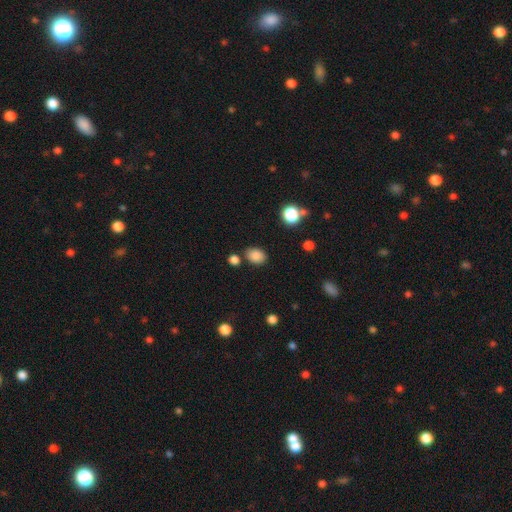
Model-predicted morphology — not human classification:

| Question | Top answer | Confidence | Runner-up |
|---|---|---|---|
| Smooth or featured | smooth | 85% | star or artifact (10%) |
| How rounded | in between | 68% | round (31%) |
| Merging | none | 77% | minor disturbance (12%) |